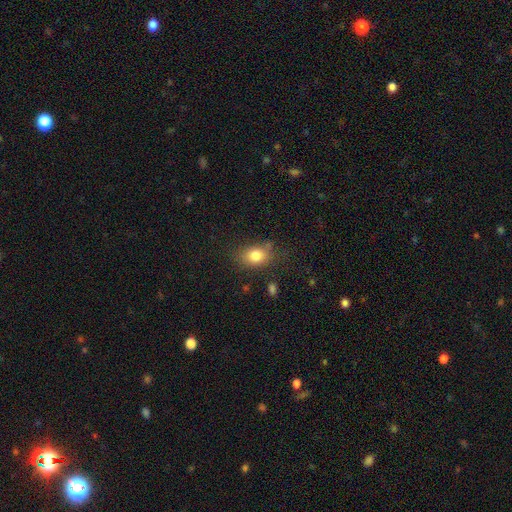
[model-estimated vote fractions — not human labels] A smooth galaxy with no disk features (81%) that is in between round and cigar-shaped (72%). Merging: none (73%).